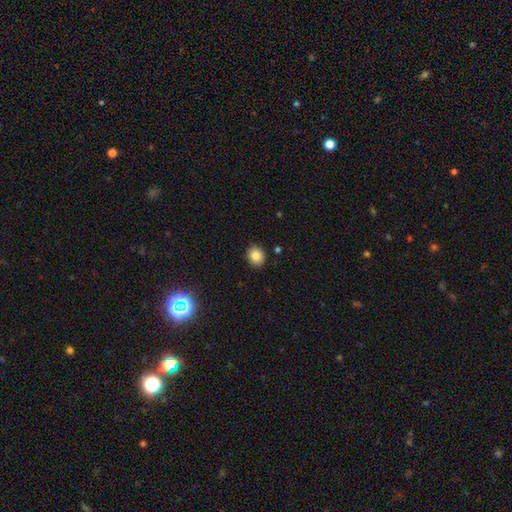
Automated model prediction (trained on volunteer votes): Smooth or featured? smooth (82%)
How rounded? round (74%)
Merging? none (89%)